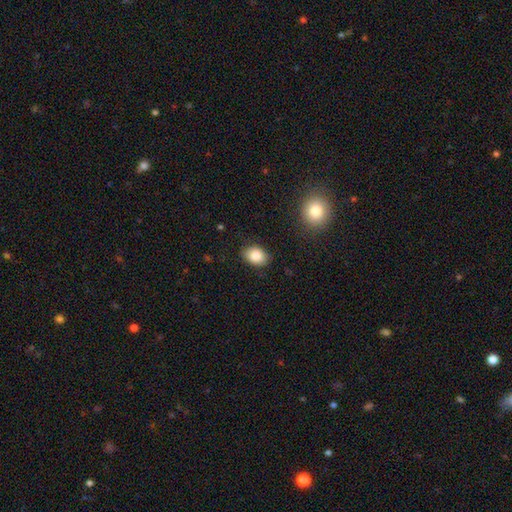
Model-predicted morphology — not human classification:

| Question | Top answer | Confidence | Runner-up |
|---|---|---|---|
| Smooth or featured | smooth | 85% | star or artifact (8%) |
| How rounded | in between | 74% | round (25%) |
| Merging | none | 86% | minor disturbance (10%) |